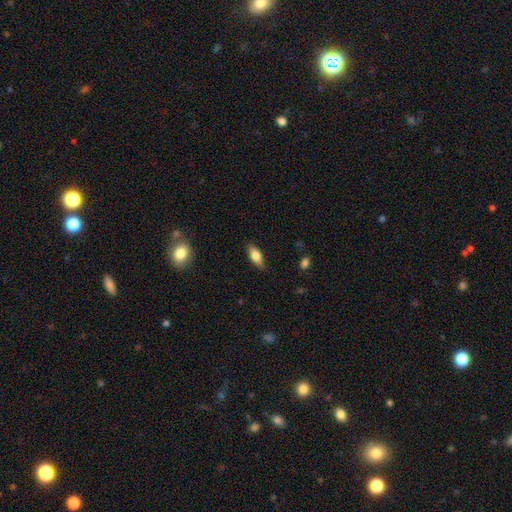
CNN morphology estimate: The model was most divided on "smooth or featured": smooth: 74%, featured or disk: 19%, star or artifact: 7%. More confident: merging — none (84%); how rounded — in between (79%).